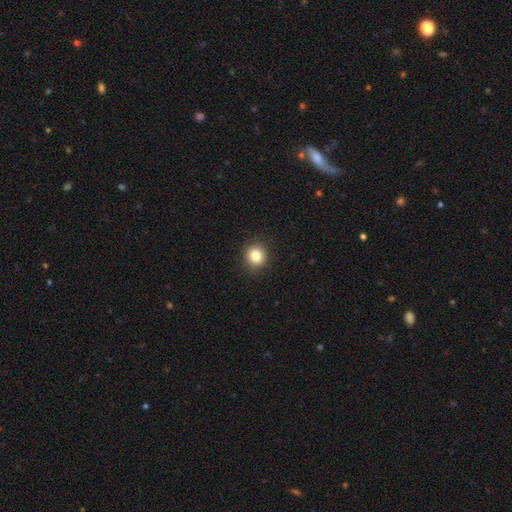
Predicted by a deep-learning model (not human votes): smooth 83%, star or artifact 11%, featured or disk 6%. Down the decision tree: how rounded — round (88%); merging — none (91%).